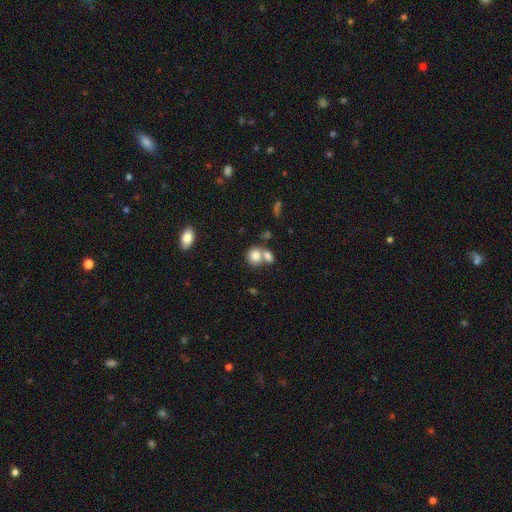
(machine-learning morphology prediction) Smooth or featured? Predicted: smooth (p=0.81). How rounded? Predicted: round (p=0.65). Merging? Predicted: merger (p=0.48).